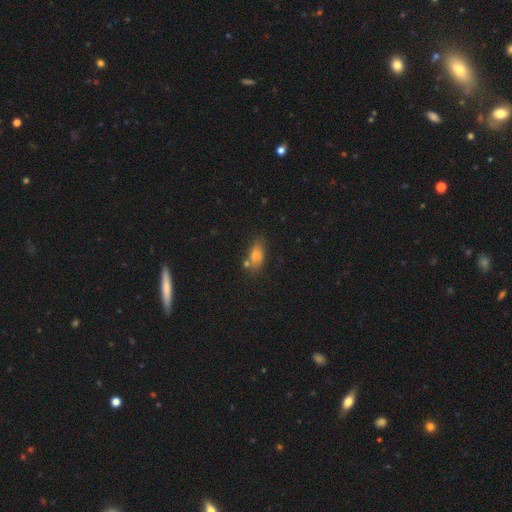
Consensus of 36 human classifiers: Smooth or featured: smooth — 69% (featured or disk — 28%)
How rounded: in between — 88% (cigar-shaped — 12%)
Merging: none — 63% (merger — 20%)